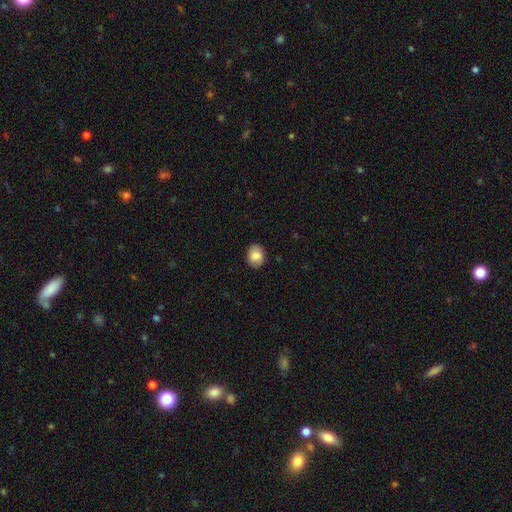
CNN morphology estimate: Q: Smooth or featured?
A: smooth (84%); runner-up: featured or disk (8%)
Q: How rounded?
A: round (50%); runner-up: in between (49%)
Q: Merging?
A: none (88%); runner-up: minor disturbance (9%)